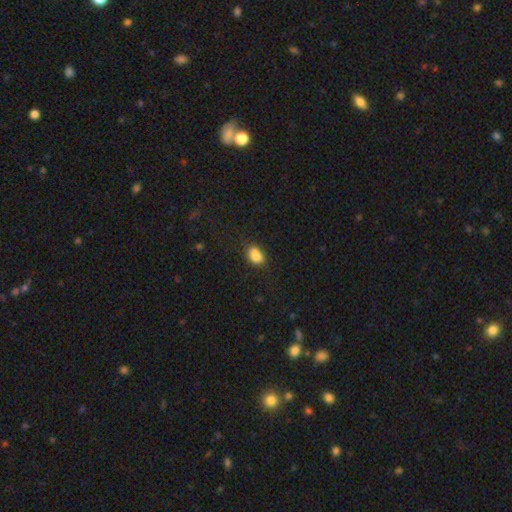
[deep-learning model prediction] Morphology: type=smooth (78%); roundness=in between (70%); merging=none (42%).